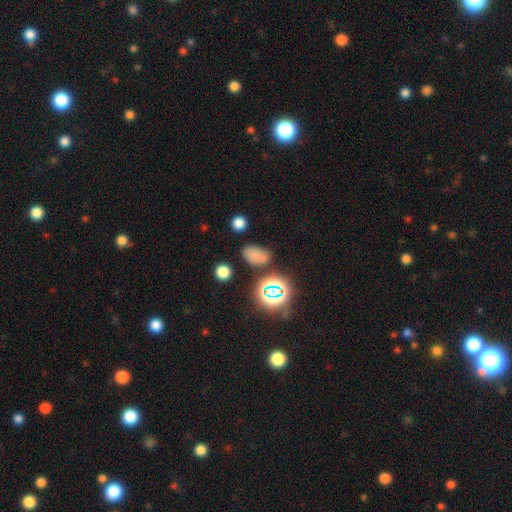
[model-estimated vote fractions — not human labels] Smooth or featured?
  - smooth: 69% *
  - star or artifact: 23%
  - featured or disk: 7%
How rounded?
  - in between: 87% *
  - round: 11%
  - cigar-shaped: 2%
Merging?
  - none: 73% *
  - minor disturbance: 16%
  - major disturbance: 5%
  - merger: 5%